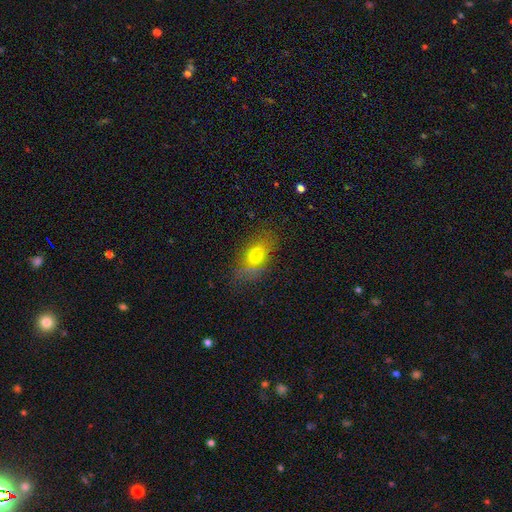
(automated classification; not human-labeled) Smooth or featured? Predicted: smooth (p=0.70). How rounded? Predicted: in between (p=0.77). Merging? Predicted: none (p=0.73).